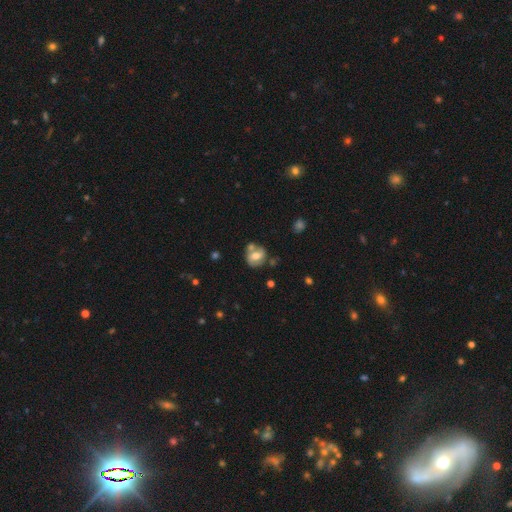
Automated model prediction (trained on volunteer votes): Smooth or featured?
  - smooth: 46% *
  - featured or disk: 45%
  - star or artifact: 9%
Merging?
  - none: 53% *
  - merger: 24%
  - minor disturbance: 17%
  - major disturbance: 6%